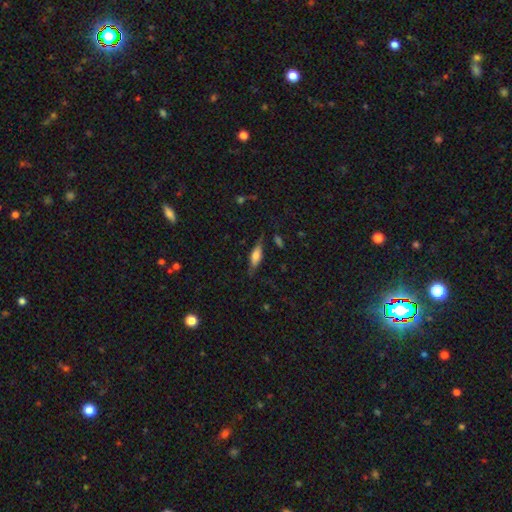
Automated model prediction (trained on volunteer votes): This appears to be a smooth galaxy with no disk features (52%) that is in between round and cigar-shaped (53%). Merging: none (74%).